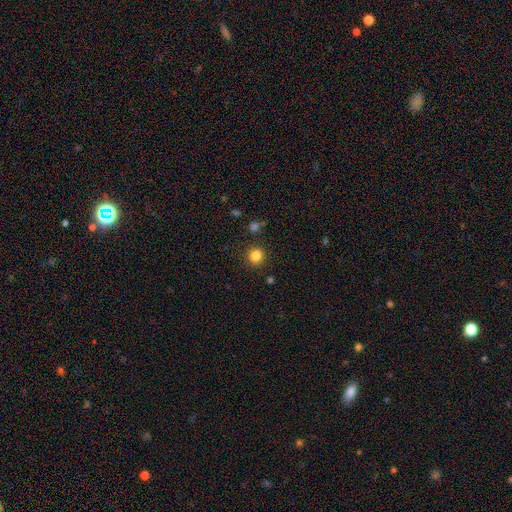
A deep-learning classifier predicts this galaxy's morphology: Smooth or featured? Predicted: smooth (p=0.84). How rounded? Predicted: round (p=0.85). Merging? Predicted: none (p=0.87).